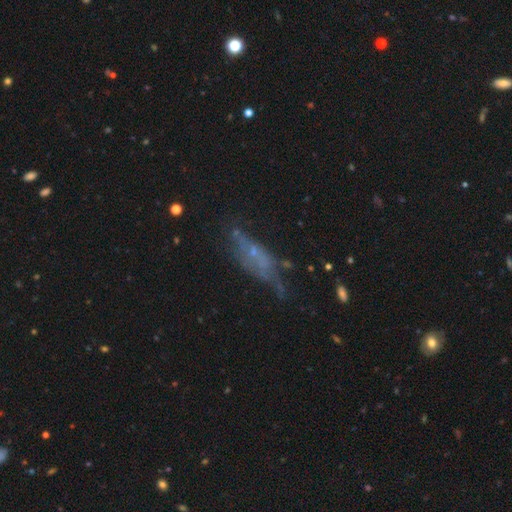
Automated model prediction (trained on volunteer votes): Morphology: type=featured or disk (51%); edge-on=no (69%); merging=none (44%).